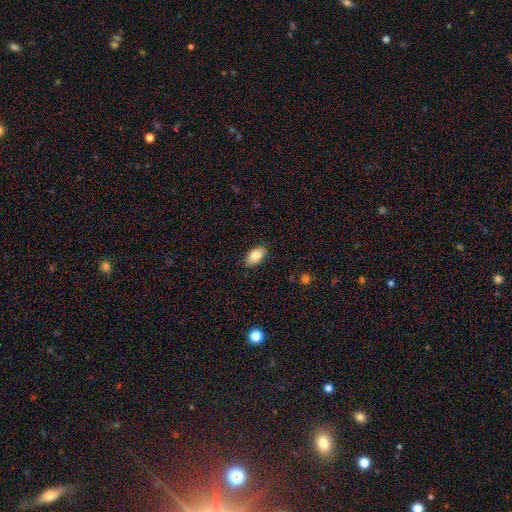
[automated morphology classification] Smooth or featured: smooth — 81% (featured or disk — 12%)
How rounded: in between — 92% (round — 6%)
Merging: none — 87% (minor disturbance — 10%)